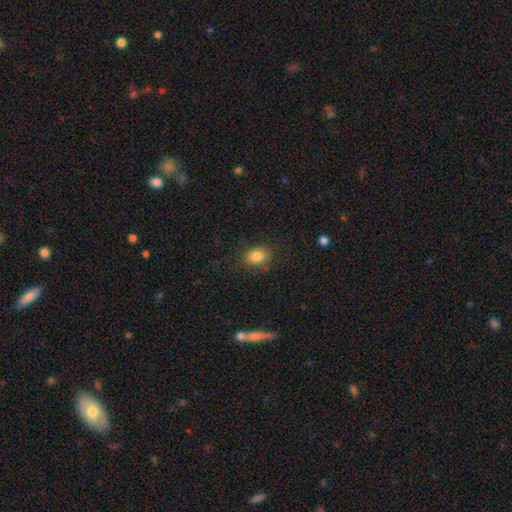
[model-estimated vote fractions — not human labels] The model was most divided on "how rounded": round: 56%, in between: 43%, cigar-shaped: 1%. More confident: smooth or featured — smooth (83%); merging — none (79%).